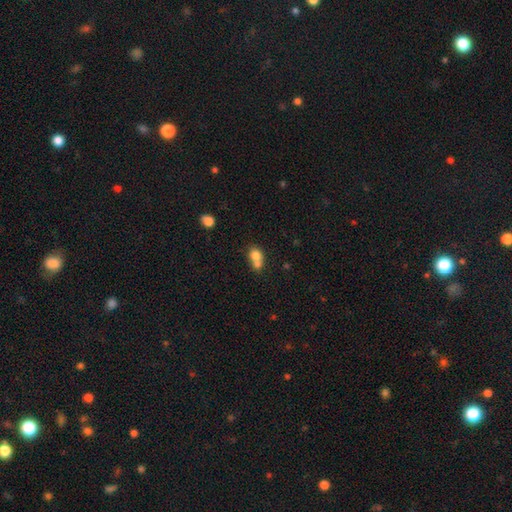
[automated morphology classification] type=smooth (75%); roundness=round (62%); merging=merger (64%).